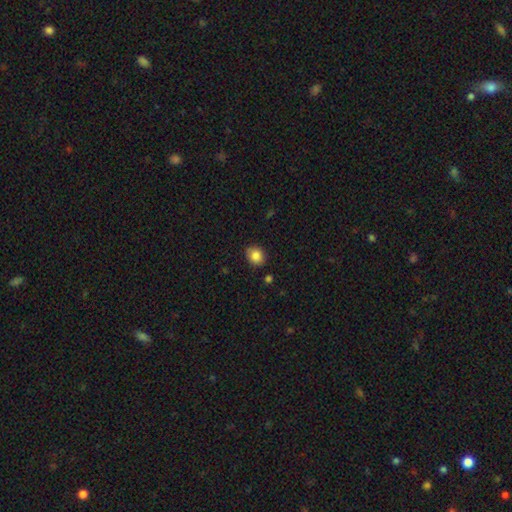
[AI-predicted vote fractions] Smooth or featured: smooth — 85% (star or artifact — 9%)
How rounded: round — 60% (in between — 40%)
Merging: none — 82% (minor disturbance — 14%)